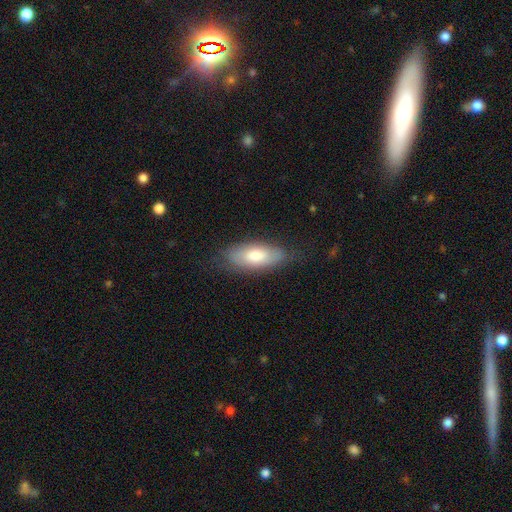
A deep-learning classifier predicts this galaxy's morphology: The model was most divided on "smooth or featured": smooth: 73%, featured or disk: 21%, star or artifact: 6%. More confident: how rounded — in between (85%); merging — none (74%).